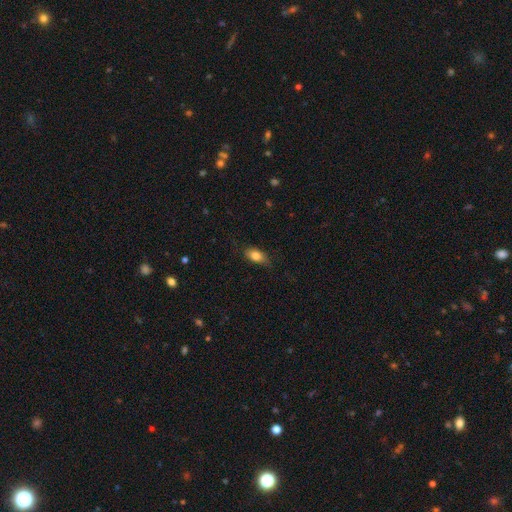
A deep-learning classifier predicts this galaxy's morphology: smooth_or_featured: smooth (p=0.82) [alt: featured or disk p=0.10]
how_rounded: in between (p=0.87) [alt: round p=0.08]
merging: none (p=0.75) [alt: minor disturbance p=0.19]